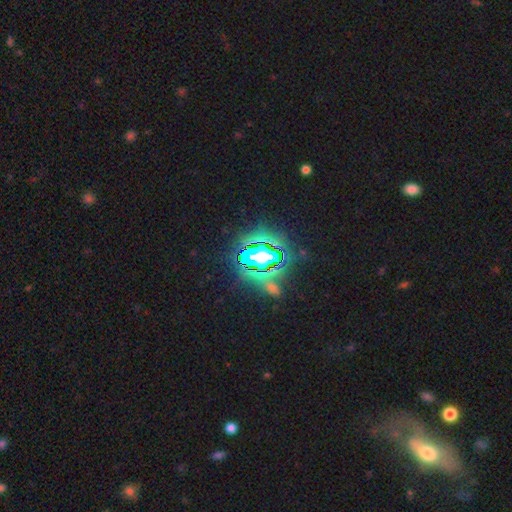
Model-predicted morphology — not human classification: type=star or artifact (75%).